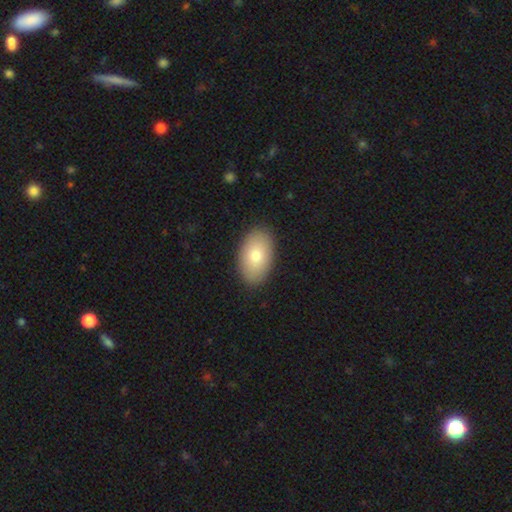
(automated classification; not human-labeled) The model was most divided on "smooth or featured": smooth: 78%, featured or disk: 16%, star or artifact: 7%. More confident: how rounded — in between (93%); merging — none (89%).